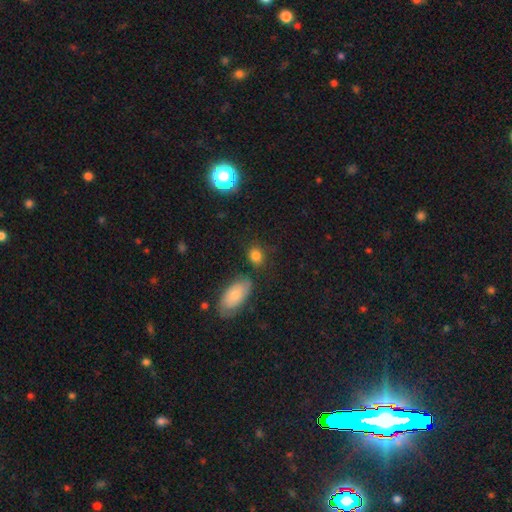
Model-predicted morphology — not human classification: smooth 80%, star or artifact 12%, featured or disk 7%. Down the decision tree: how rounded — in between (49%, tied with round); merging — none (73%).